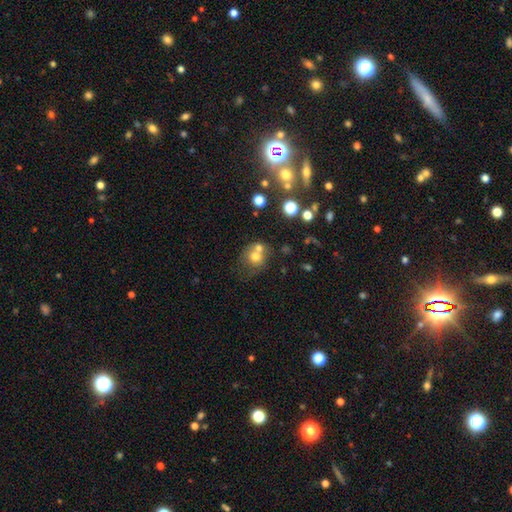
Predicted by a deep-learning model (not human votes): smooth_or_featured: smooth (p=0.68) [alt: featured or disk p=0.18]
how_rounded: round (p=0.80) [alt: in between p=0.19]
merging: merger (p=0.46) [alt: none p=0.38]